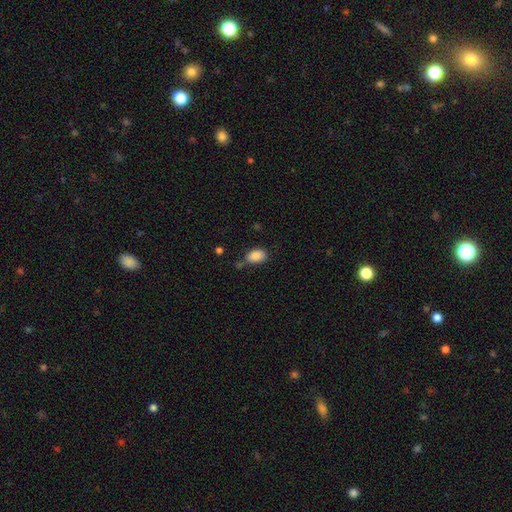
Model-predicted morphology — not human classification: This appears to be a smooth galaxy with no disk features (86%) that is in between round and cigar-shaped (86%). Merging: none (62%).